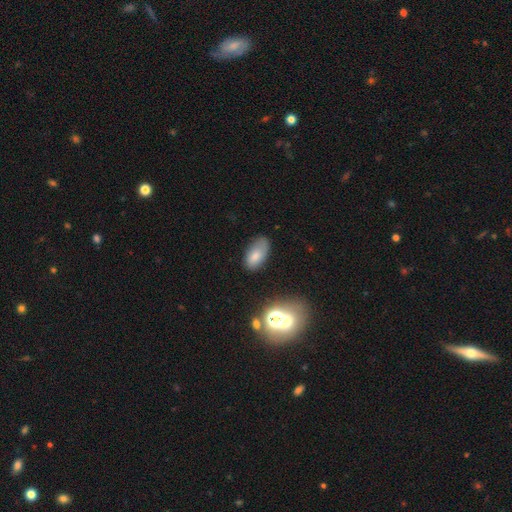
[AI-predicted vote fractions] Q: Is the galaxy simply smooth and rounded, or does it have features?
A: smooth — 76%.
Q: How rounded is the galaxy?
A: in between — 93%.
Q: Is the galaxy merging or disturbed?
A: none — 68%.